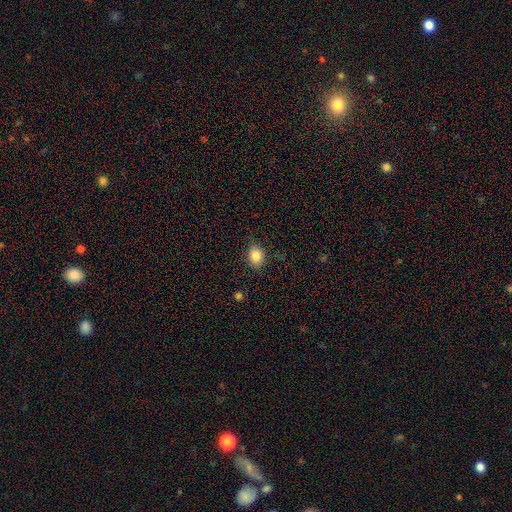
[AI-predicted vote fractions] A smooth galaxy with no disk features (86%) that is in between round and cigar-shaped (52%).

Vote fractions:
- Smooth or featured? smooth: 86% / star or artifact: 9% / featured or disk: 5%
- How rounded? in between: 52% / round: 47% / cigar-shaped: 1%
- Merging? none: 83% / minor disturbance: 13% / major disturbance: 3% / merger: 1%